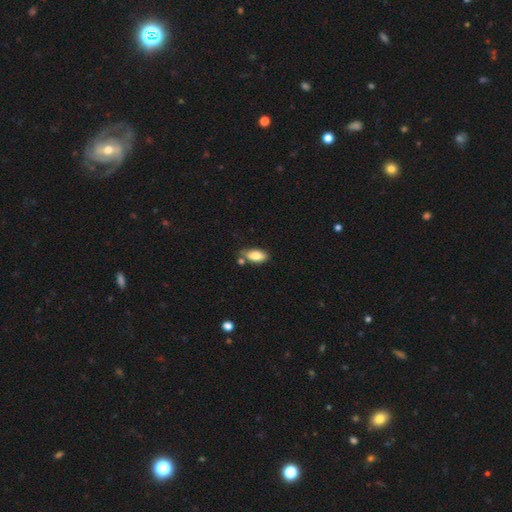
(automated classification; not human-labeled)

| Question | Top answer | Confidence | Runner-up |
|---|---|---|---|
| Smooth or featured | smooth | 80% | featured or disk (13%) |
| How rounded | in between | 91% | cigar-shaped (6%) |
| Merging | none | 65% | minor disturbance (18%) |